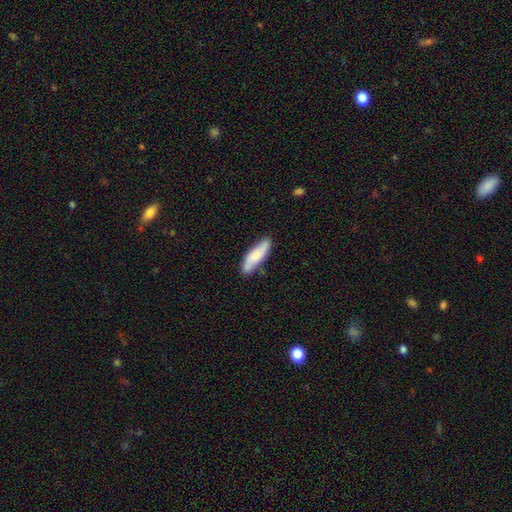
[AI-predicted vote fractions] Smooth or featured? Predicted: smooth (p=0.69). How rounded? Predicted: cigar-shaped (p=0.59). Merging? Predicted: none (p=0.79).